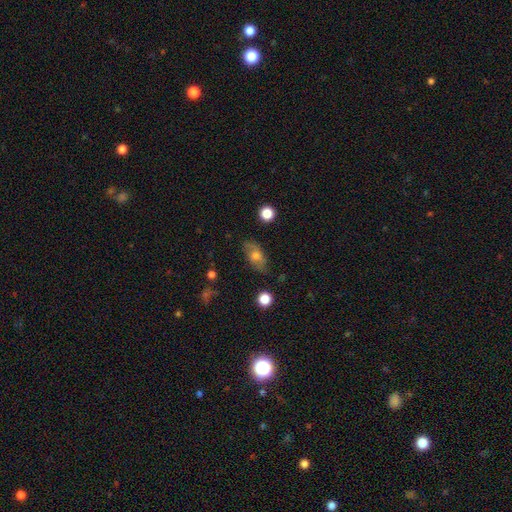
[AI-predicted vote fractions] Smooth or featured? Predicted: smooth (p=0.60). How rounded? Predicted: in between (p=0.85). Merging? Predicted: none (p=0.75).